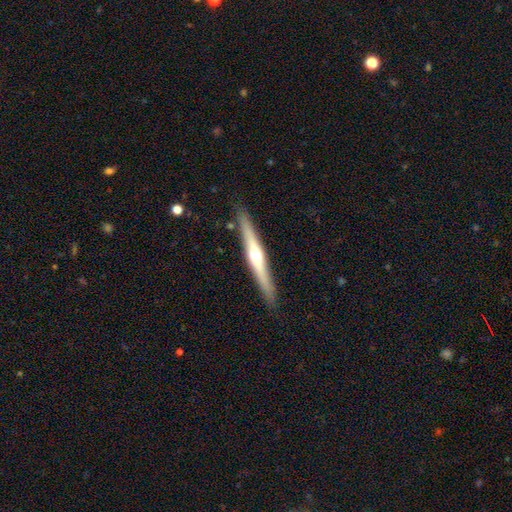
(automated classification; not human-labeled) Smooth or featured: featured or disk — 66% (smooth — 28%)
Edge-on disk: yes — 96% (no — 4%)
Edge-on bulge: rounded — 88% (none — 8%)
Merging: none — 89% (minor disturbance — 8%)